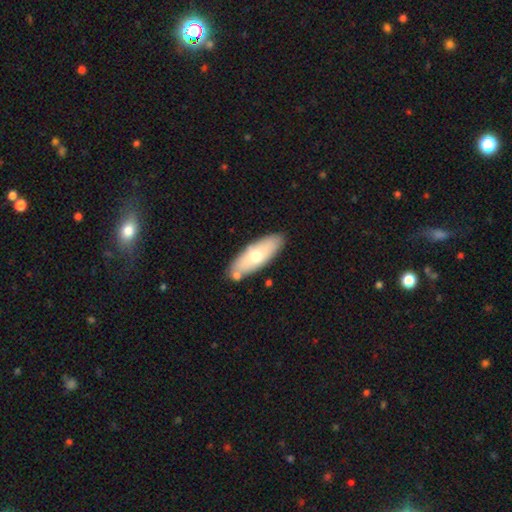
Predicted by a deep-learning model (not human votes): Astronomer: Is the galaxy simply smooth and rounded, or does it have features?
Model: smooth — 63%.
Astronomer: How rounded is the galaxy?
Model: in between — 66%.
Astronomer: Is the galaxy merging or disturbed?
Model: none — 78%.